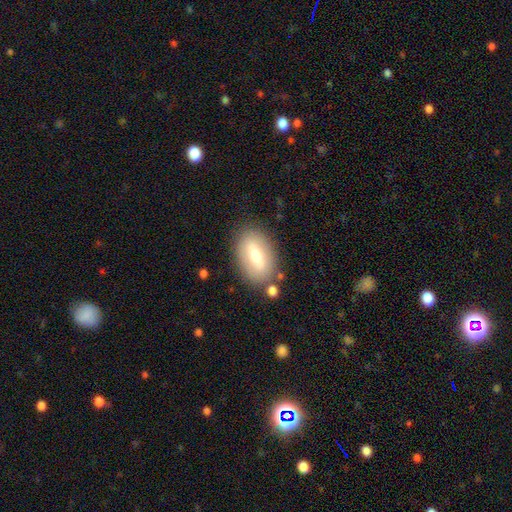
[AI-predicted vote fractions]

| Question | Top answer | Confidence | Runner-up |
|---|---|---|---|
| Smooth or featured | smooth | 56% | featured or disk (36%) |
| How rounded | in between | 88% | round (8%) |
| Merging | none | 81% | minor disturbance (11%) |